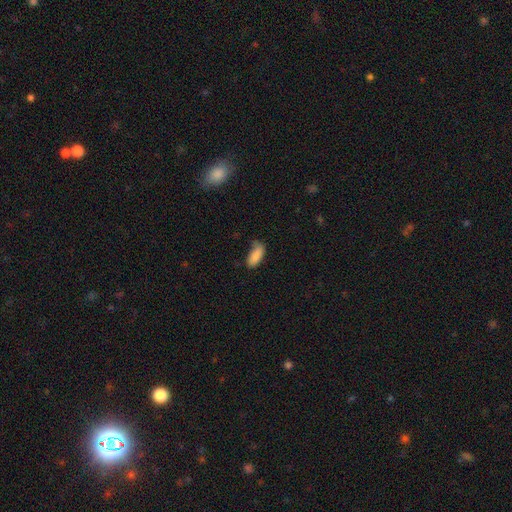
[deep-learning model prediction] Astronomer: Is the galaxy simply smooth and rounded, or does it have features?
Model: smooth — 86%.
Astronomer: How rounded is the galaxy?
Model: in between — 86%.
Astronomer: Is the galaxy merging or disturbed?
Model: none — 53% (runner-up: minor disturbance, 33%).